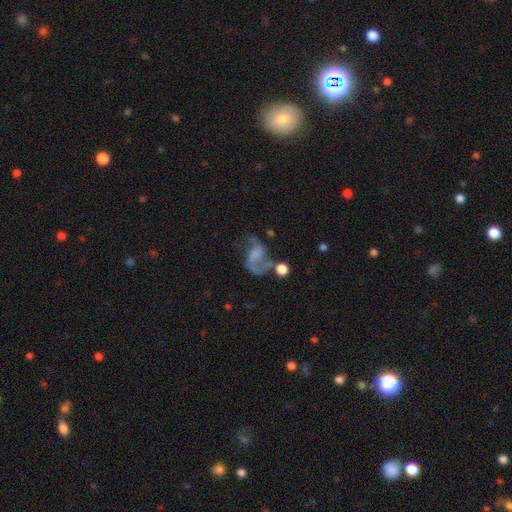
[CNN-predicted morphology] A featured or disk galaxy (69%) with no bar (49%), 2 (76%) loose (60%) spiral arms (85%) and no central bulge (52%).

Vote fractions:
- Smooth or featured? featured or disk: 69% / smooth: 20% / star or artifact: 11%
- Edge-on disk? no: 98% / yes: 2%
- Bar? no: 49% / weak: 37% / strong: 13%
- Spiral arms? yes: 85% / no: 15%
- Spiral winding? loose: 60% / medium: 33% / tight: 8%
- Spiral arm count? 2: 76% / 1: 16% / can't tell: 5% / 3: 1% / 4: 1% / more than 4: 1%
- Bulge size? none: 52% / small: 18% / moderate: 17% / large: 10% / dominant: 3%
- Merging? none: 35% / major disturbance: 32% / minor disturbance: 19% / merger: 14%